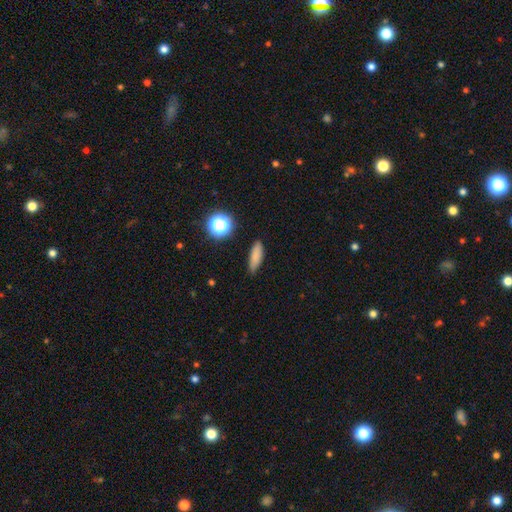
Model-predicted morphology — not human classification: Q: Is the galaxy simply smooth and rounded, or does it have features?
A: smooth — 80%.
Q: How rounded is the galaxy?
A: cigar-shaped — 48%.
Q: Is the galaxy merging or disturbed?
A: none — 83%.